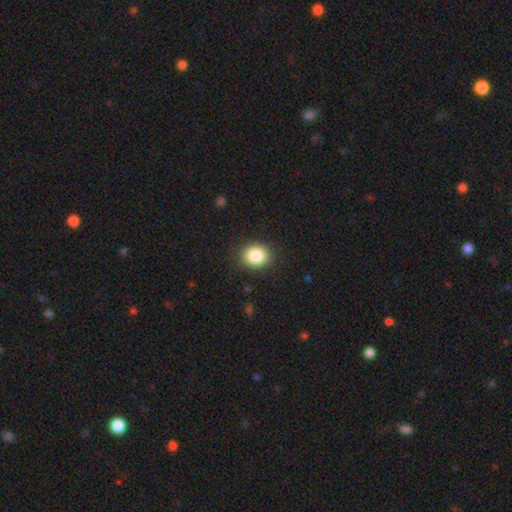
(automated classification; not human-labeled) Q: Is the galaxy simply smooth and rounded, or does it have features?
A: smooth — 86%.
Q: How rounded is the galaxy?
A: round — 64%.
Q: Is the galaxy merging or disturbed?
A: none — 88%.